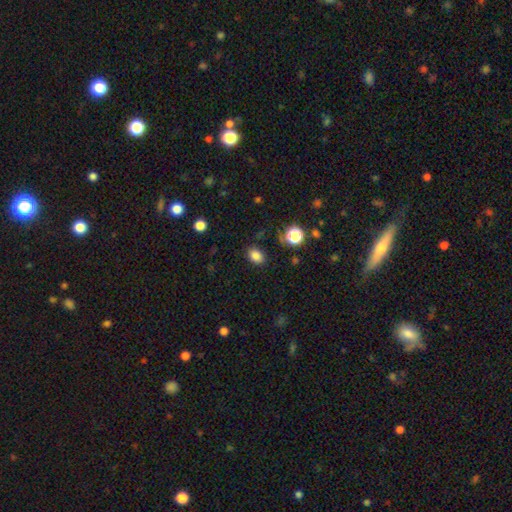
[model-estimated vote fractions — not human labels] Morphology: type=smooth (83%); roundness=in between (69%); merging=none (83%).